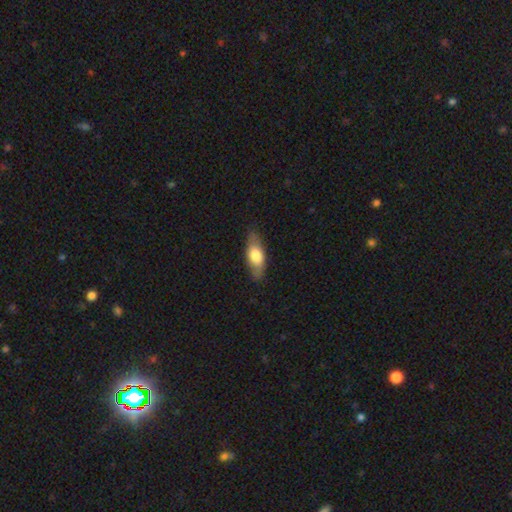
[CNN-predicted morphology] A smooth galaxy with no disk features (65%) that is in between round and cigar-shaped (72%). Merging: none (82%).